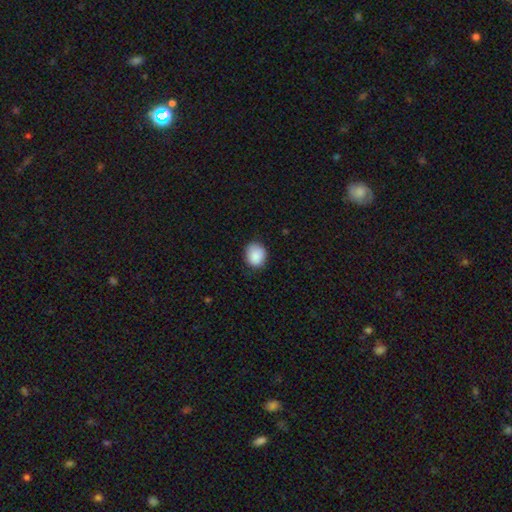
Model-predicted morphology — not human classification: A smooth galaxy with no disk features (88%) that is round (72%).

Vote fractions:
- Smooth or featured? smooth: 88% / star or artifact: 8% / featured or disk: 4%
- How rounded? round: 72% / in between: 27% / cigar-shaped: 1%
- Merging? none: 79% / minor disturbance: 17% / major disturbance: 3% / merger: 1%